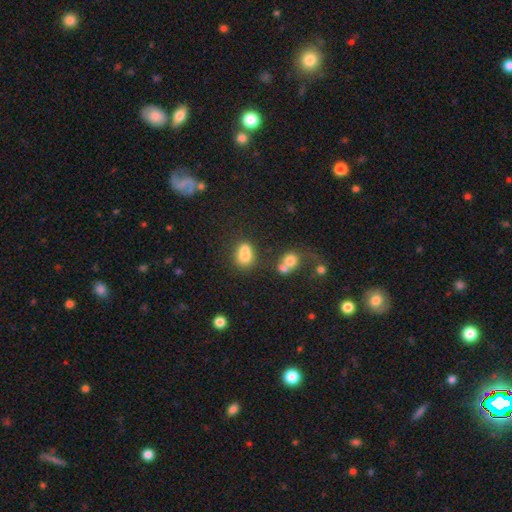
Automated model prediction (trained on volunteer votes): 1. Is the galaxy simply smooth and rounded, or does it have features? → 53% smooth, 38% star or artifact, 9% featured or disk.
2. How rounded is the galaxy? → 64% round, 33% in between, 3% cigar-shaped.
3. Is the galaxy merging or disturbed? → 67% none, 15% merger, 11% minor disturbance, 7% major disturbance.